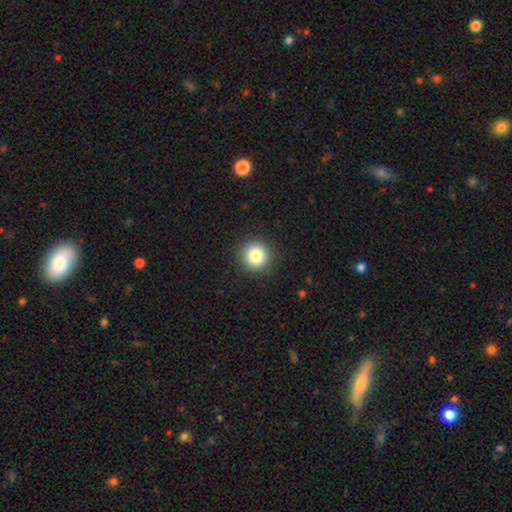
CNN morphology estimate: Smooth or featured: smooth — 82% (star or artifact — 11%)
How rounded: round — 94% (in between — 5%)
Merging: none — 91% (minor disturbance — 6%)